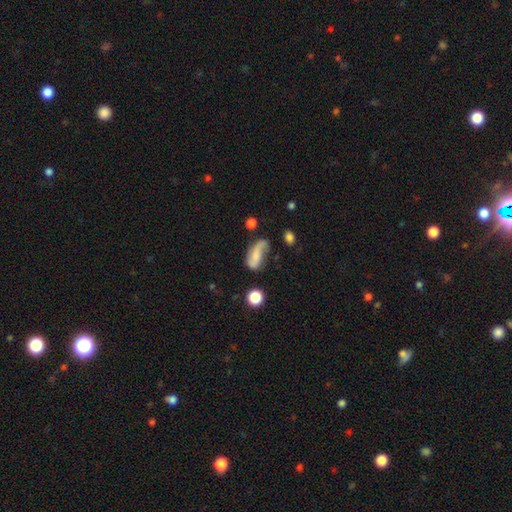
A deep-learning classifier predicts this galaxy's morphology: Smooth or featured: featured or disk — 46% (smooth — 45%)
Merging: none — 43% (minor disturbance — 29%)